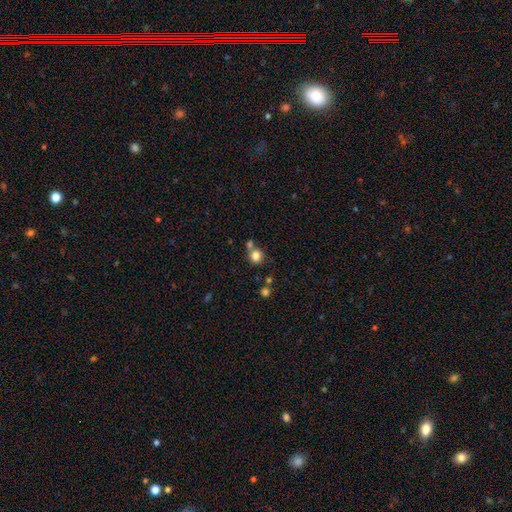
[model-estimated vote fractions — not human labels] smooth 81%, star or artifact 12%, featured or disk 7%. Down the decision tree: how rounded — round (89%); merging — none (64%).